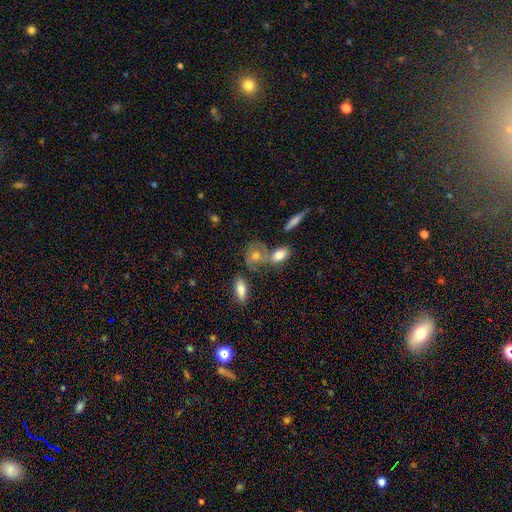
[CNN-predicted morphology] This is possibly a smooth galaxy (49%). Merging: marginally none (42%).